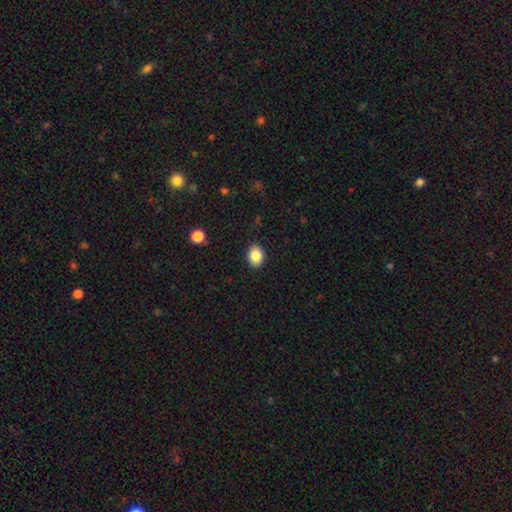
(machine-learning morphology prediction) The model was most divided on "how rounded": in between: 70%, round: 29%, cigar-shaped: 1%. More confident: merging — none (89%); smooth or featured — smooth (85%).